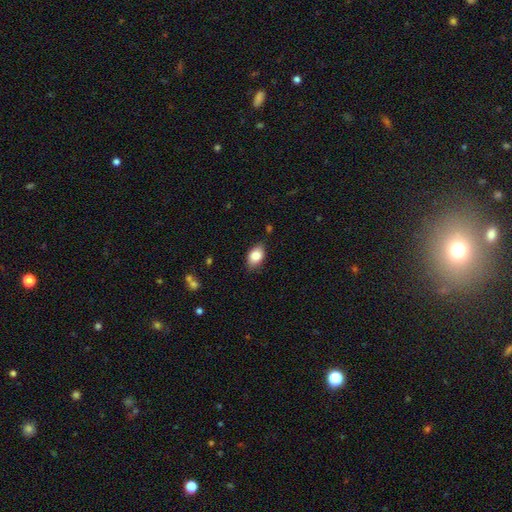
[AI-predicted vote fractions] A smooth galaxy with no disk features (83%) that is in between round and cigar-shaped (87%). Merging: none (79%).